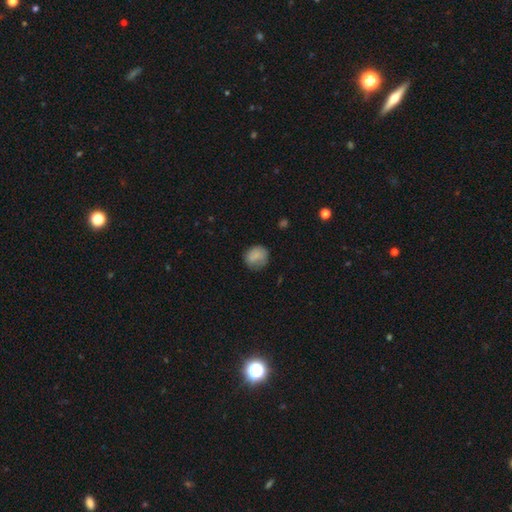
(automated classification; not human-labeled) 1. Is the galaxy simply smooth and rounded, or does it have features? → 82% smooth, 10% featured or disk, 9% star or artifact.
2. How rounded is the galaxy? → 79% round, 20% in between, 1% cigar-shaped.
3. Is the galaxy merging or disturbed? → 71% none, 21% minor disturbance, 6% major disturbance, 2% merger.